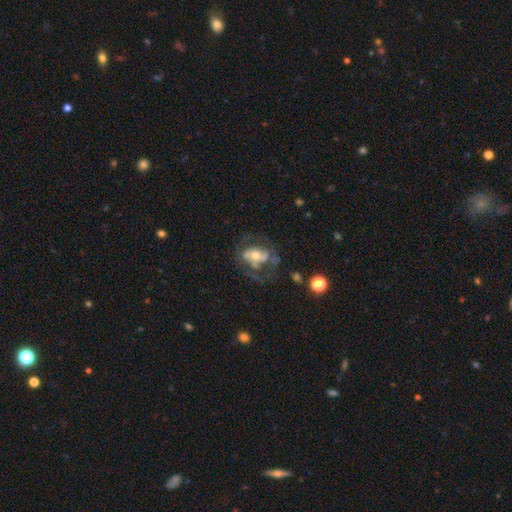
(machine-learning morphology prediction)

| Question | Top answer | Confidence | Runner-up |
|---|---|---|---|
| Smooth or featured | featured or disk | 61% | smooth (31%) |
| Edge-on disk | no | 94% | yes (6%) |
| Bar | no | 59% | weak (24%) |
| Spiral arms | no | 53% | yes (47%) |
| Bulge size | moderate | 66% | small (22%) |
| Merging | none | 41% | major disturbance (32%) |